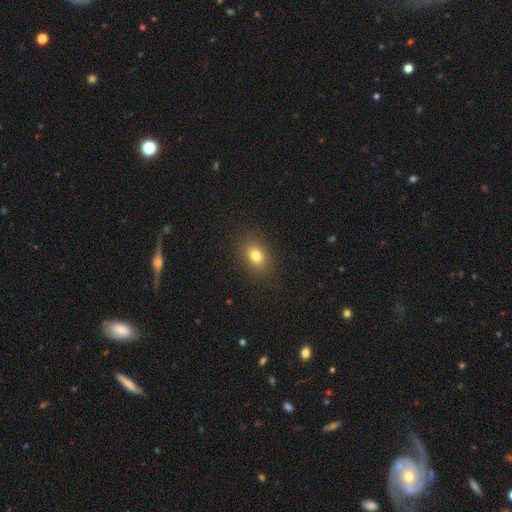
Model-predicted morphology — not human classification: Smooth or featured: smooth — 80% (star or artifact — 12%)
How rounded: in between — 67% (round — 32%)
Merging: none — 86% (minor disturbance — 9%)